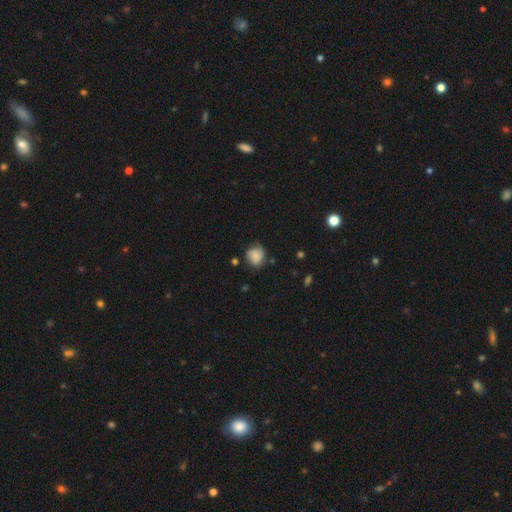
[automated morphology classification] smooth_or_featured: smooth (p=0.70) [alt: featured or disk p=0.20]
how_rounded: round (p=0.72) [alt: in between p=0.27]
merging: none (p=0.57) [alt: minor disturbance p=0.29]